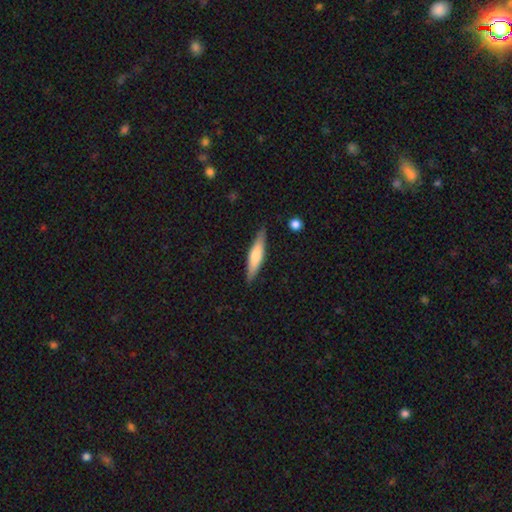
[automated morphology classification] This is likely a smooth galaxy (62%). How rounded: likely cigar-shaped (79%). Merging: clearly none (86%).